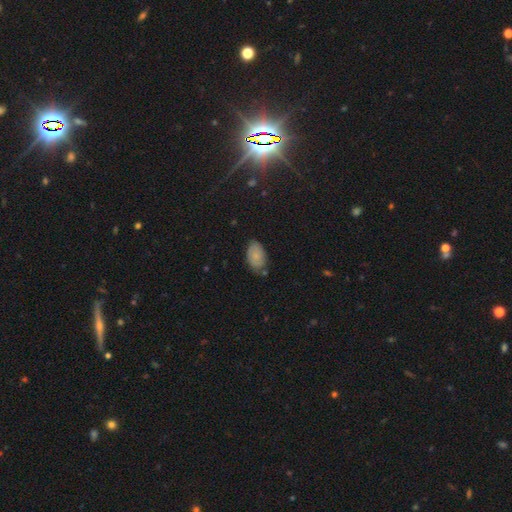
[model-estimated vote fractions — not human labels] smooth 66%, featured or disk 25%, star or artifact 9%. Down the decision tree: how rounded — in between (92%); merging — none (62%).